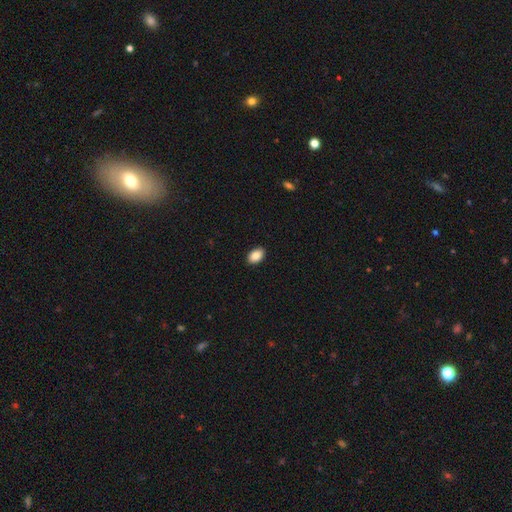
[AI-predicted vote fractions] Smooth or featured? smooth (89%)
How rounded? in between (89%)
Merging? none (90%)